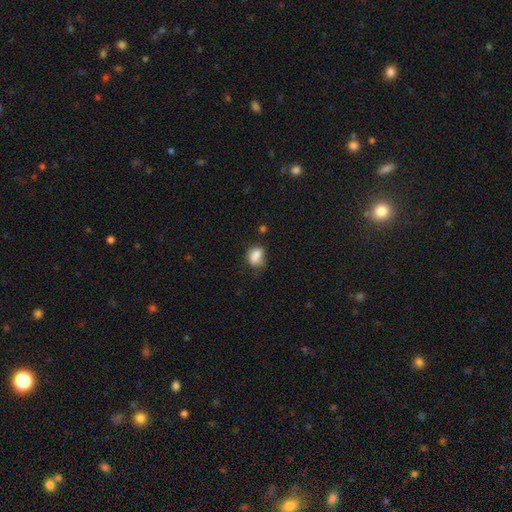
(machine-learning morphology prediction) A smooth galaxy with no disk features (82%) that is in between round and cigar-shaped (66%). Merging: none (48%).